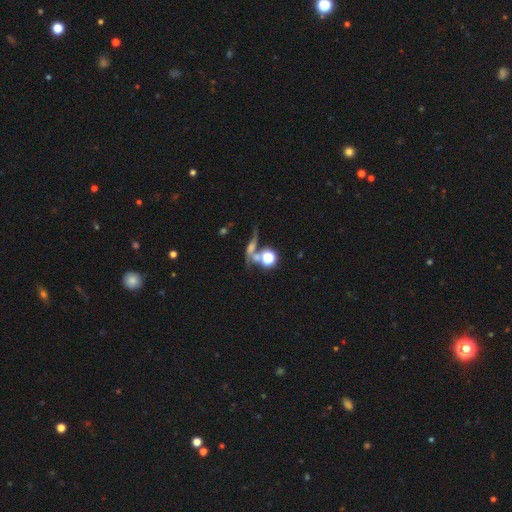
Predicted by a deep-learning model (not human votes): This is marginally a star or artifact rather than a galaxy (37%).